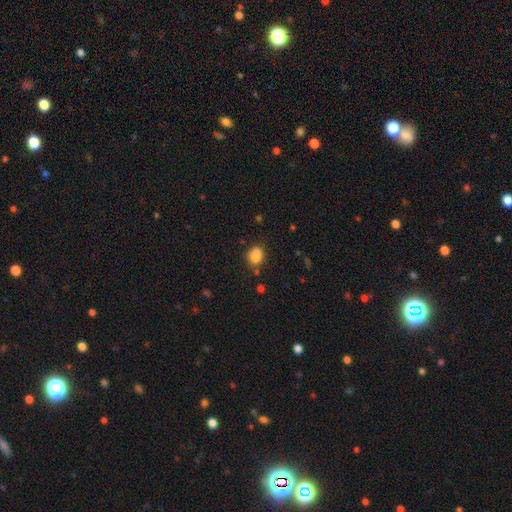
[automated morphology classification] Q: Smooth or featured?
A: smooth (83%); runner-up: star or artifact (10%)
Q: How rounded?
A: in between (57%); runner-up: round (42%)
Q: Merging?
A: none (66%); runner-up: minor disturbance (20%)